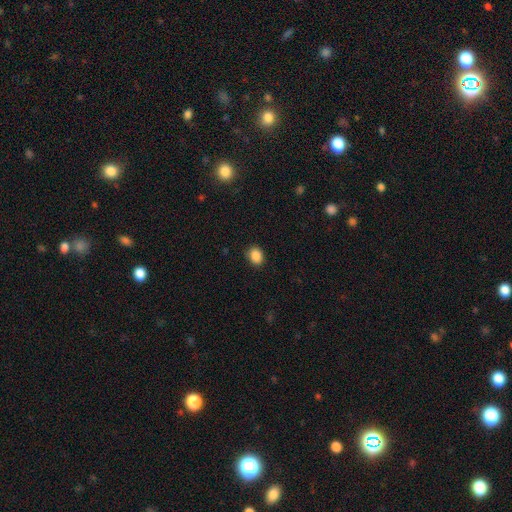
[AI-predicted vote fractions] This is clearly a smooth galaxy (88%). How rounded: possibly in between (53%). Merging: clearly none (88%).